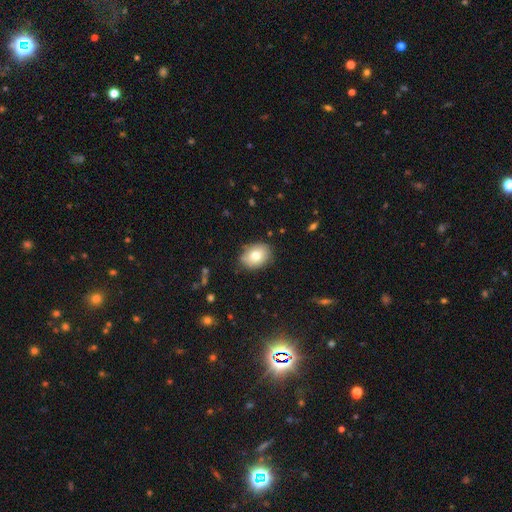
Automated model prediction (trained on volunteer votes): The model was most divided on "how rounded": in between: 65%, round: 34%, cigar-shaped: 1%. More confident: merging — none (82%); smooth or featured — smooth (76%).